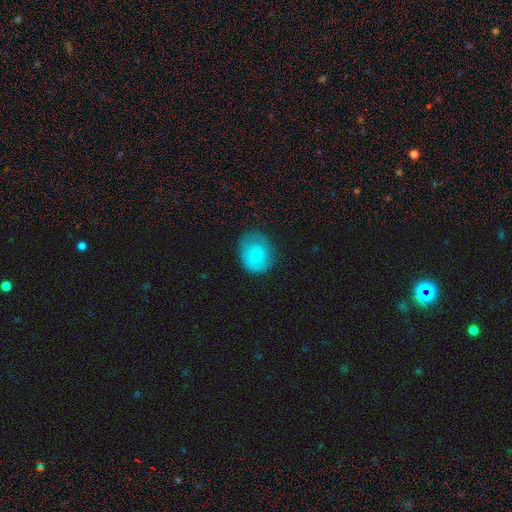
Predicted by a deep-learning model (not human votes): A smooth galaxy with no disk features (75%) that is round (59%). Merging: none (66%).